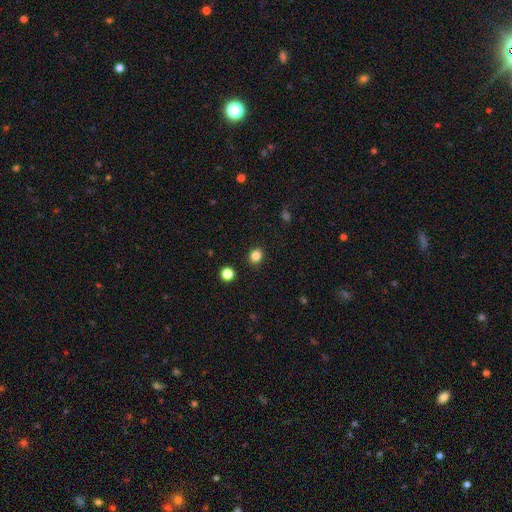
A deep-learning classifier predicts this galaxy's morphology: Q: Smooth or featured?
A: smooth (84%); runner-up: star or artifact (12%)
Q: How rounded?
A: round (69%); runner-up: in between (31%)
Q: Merging?
A: none (90%); runner-up: minor disturbance (6%)